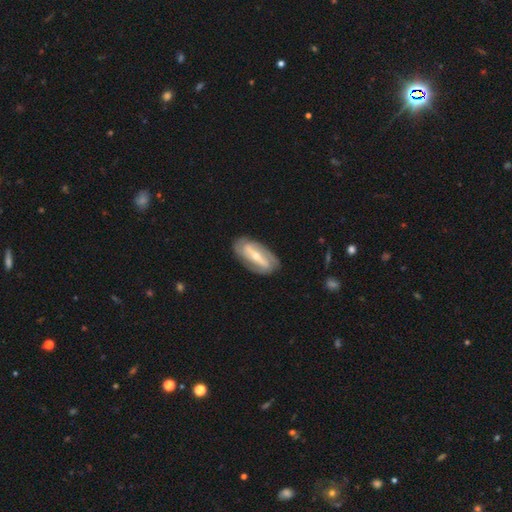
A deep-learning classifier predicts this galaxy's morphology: A featured or disk galaxy (78%) with a strong bar (71%), 2 (74%) tight (43%) spiral arms (77%) and a small central bulge (50%). Merging: none (81%).